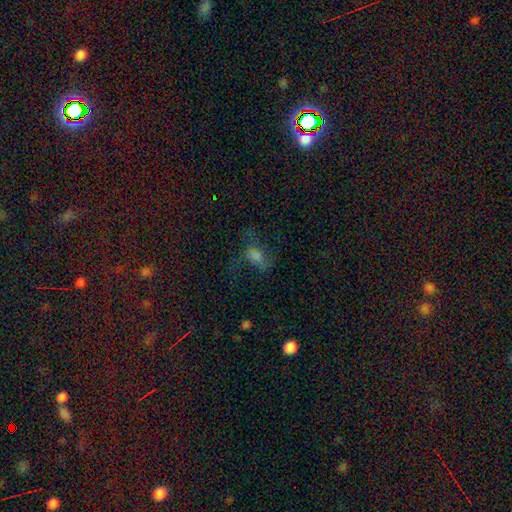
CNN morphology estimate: Q: Smooth or featured?
A: smooth (47%); runner-up: featured or disk (29%)
Q: Merging?
A: none (42%); runner-up: major disturbance (36%)